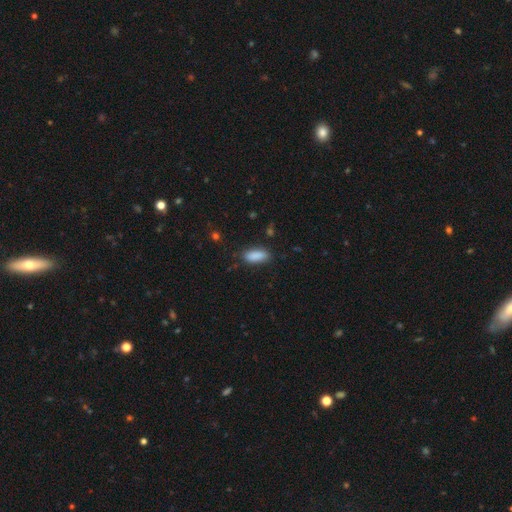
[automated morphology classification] Q: Smooth or featured?
A: smooth (89%); runner-up: star or artifact (7%)
Q: How rounded?
A: in between (79%); runner-up: cigar-shaped (19%)
Q: Merging?
A: none (82%); runner-up: minor disturbance (13%)